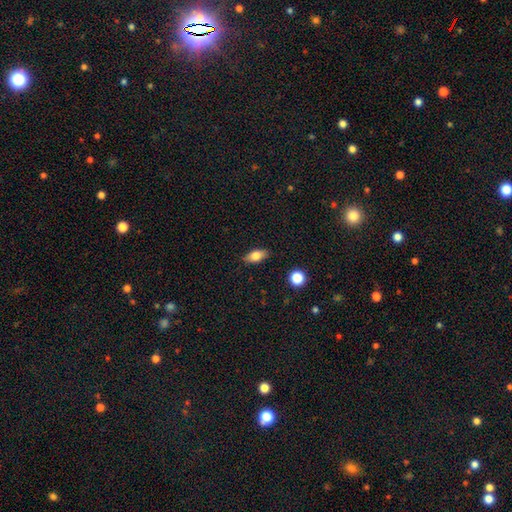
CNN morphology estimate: Smooth or featured?
  - smooth: 78% *
  - featured or disk: 14%
  - star or artifact: 8%
How rounded?
  - in between: 85% *
  - cigar-shaped: 10%
  - round: 6%
Merging?
  - none: 86% *
  - minor disturbance: 10%
  - major disturbance: 2%
  - merger: 1%